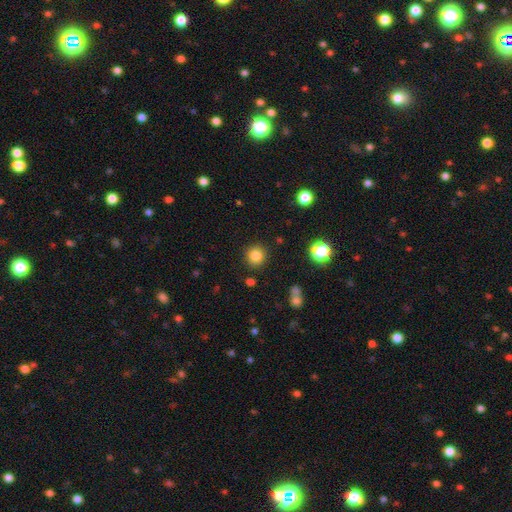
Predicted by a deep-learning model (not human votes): A smooth galaxy with no disk features (83%) that is round (92%).

Vote fractions:
- Smooth or featured? smooth: 83% / star or artifact: 12% / featured or disk: 5%
- How rounded? round: 92% / in between: 7% / cigar-shaped: 1%
- Merging? none: 89% / minor disturbance: 6% / major disturbance: 2% / merger: 2%